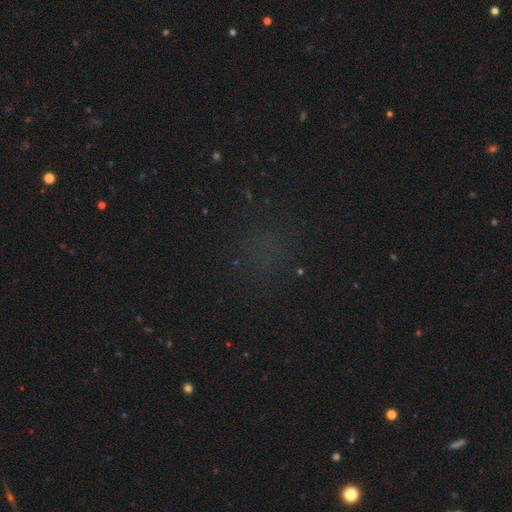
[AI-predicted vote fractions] Q: Smooth or featured?
A: star or artifact (58%); runner-up: smooth (32%)